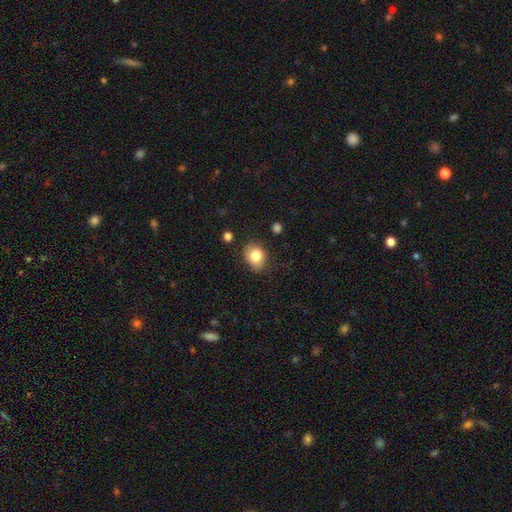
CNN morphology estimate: smooth 82%, star or artifact 9%, featured or disk 9%. Down the decision tree: how rounded — in between (51%); merging — none (76%).